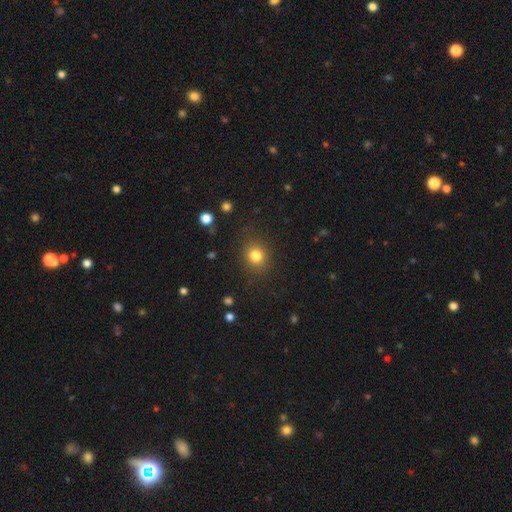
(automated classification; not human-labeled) This is clearly a smooth galaxy (81%). How rounded: likely round (79%). Merging: clearly none (85%).